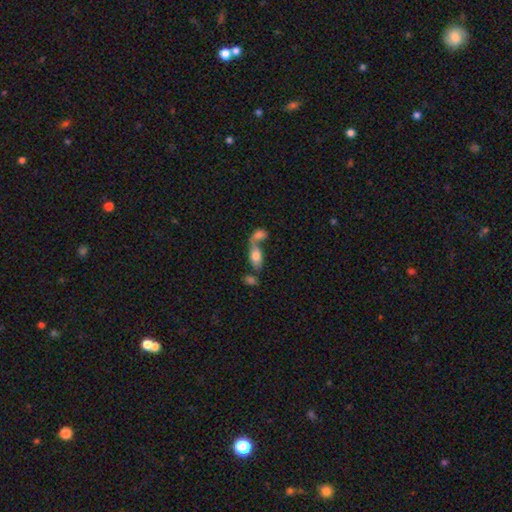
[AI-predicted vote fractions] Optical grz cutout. It shows a smooth galaxy with no disk features (74%) that is in between round and cigar-shaped (87%). Merging: merger (56%).